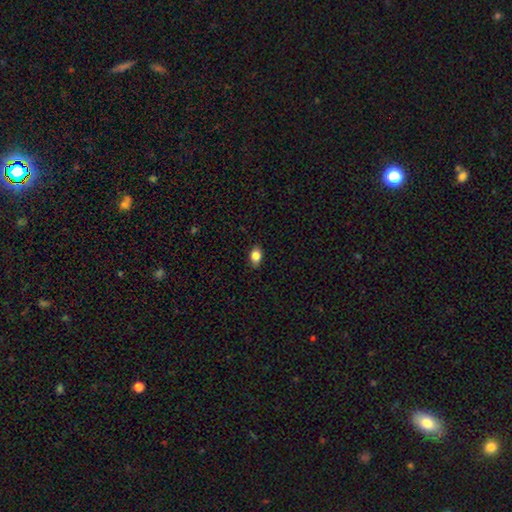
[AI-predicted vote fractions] smooth_or_featured: smooth (p=0.85) [alt: star or artifact p=0.09]
how_rounded: in between (p=0.76) [alt: round p=0.23]
merging: none (p=0.86) [alt: minor disturbance p=0.11]